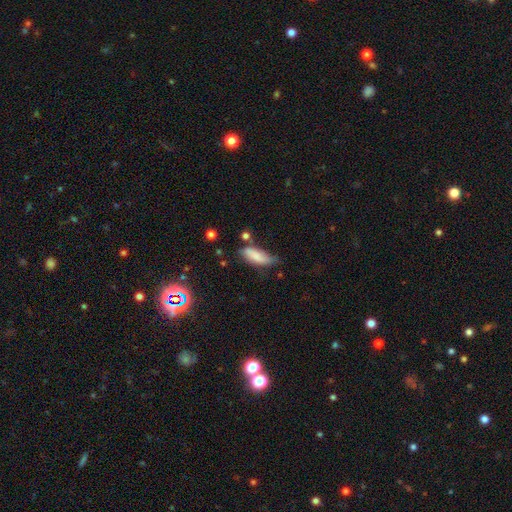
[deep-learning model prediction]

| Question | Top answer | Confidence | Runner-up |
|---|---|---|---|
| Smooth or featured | smooth | 77% | featured or disk (15%) |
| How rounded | in between | 68% | cigar-shaped (30%) |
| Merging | none | 44% | minor disturbance (38%) |